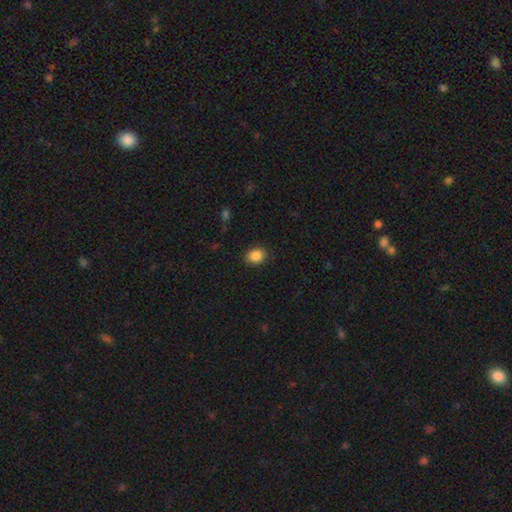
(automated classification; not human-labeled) This appears to be a smooth galaxy with no disk features (88%) that is in between round and cigar-shaped (51%). Merging: none (88%).